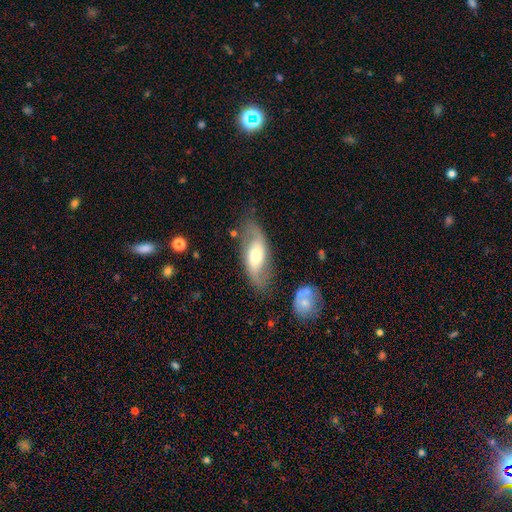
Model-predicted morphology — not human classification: This appears to be a featured or disk galaxy (61%) with no bar (58%), spiral arms (77%) and a moderate central bulge (63%). Merging: none (68%).